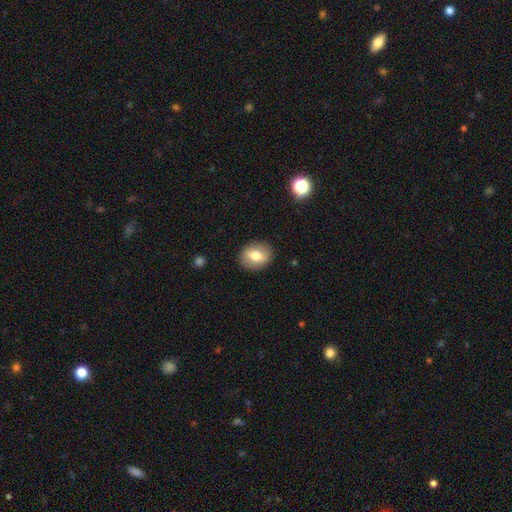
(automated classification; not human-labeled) The model was most divided on "how rounded": in between: 51%, round: 48%, cigar-shaped: 1%. More confident: merging — none (87%); smooth or featured — smooth (66%).